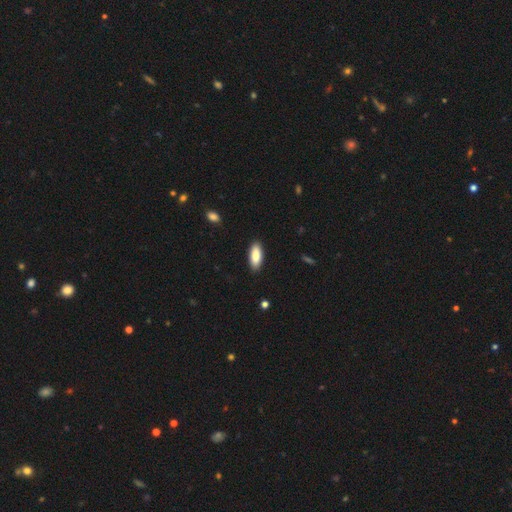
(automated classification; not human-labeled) Overall: smooth (87%). How rounded: in between (81%). Merging: none (89%).